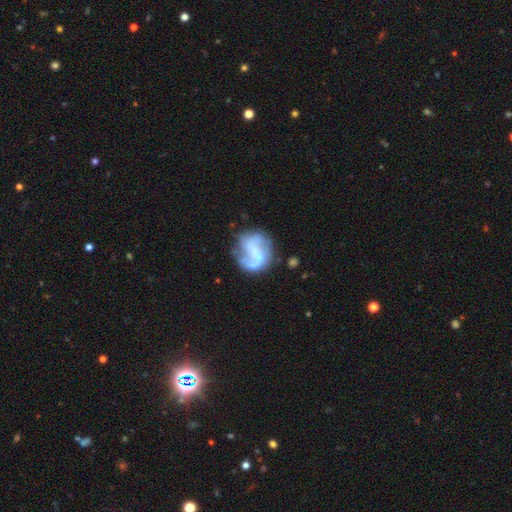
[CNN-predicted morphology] Overall: featured or disk (68%). Edge-on disk: no (98%). Bar: no (44%; weak 35%). Spiral arms: yes (67%; no 33%). Bulge size: none (44%; small 34%). Merging: none (48%; major disturbance 21%).